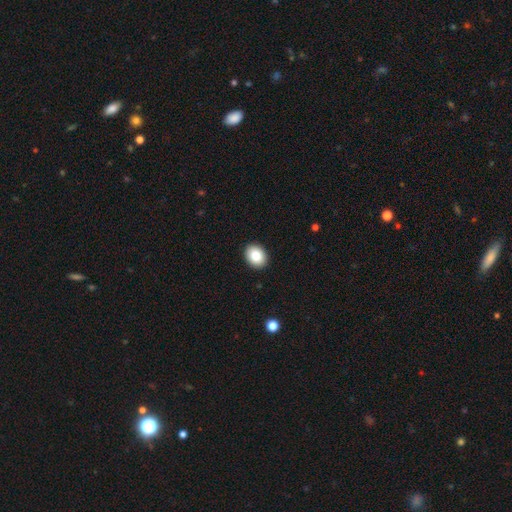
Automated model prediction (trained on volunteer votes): A smooth galaxy with no disk features (85%) that is in between round and cigar-shaped (55%).

Vote fractions:
- Smooth or featured? smooth: 85% / star or artifact: 8% / featured or disk: 7%
- How rounded? in between: 55% / round: 44% / cigar-shaped: 1%
- Merging? none: 92% / minor disturbance: 6% / major disturbance: 2% / merger: 1%